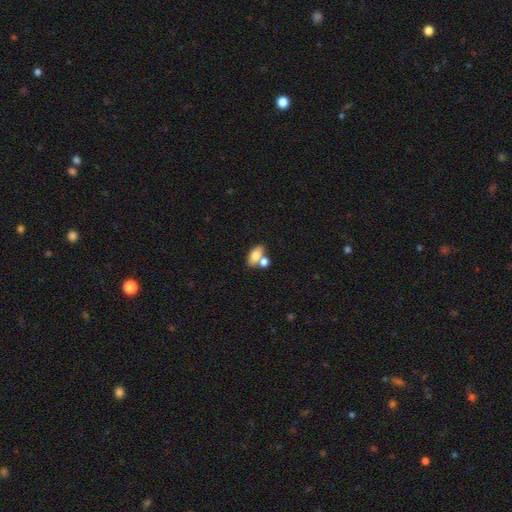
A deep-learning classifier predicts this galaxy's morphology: Overall: smooth (76%). How rounded: in between (86%). Merging: none (45%; merger 40%).